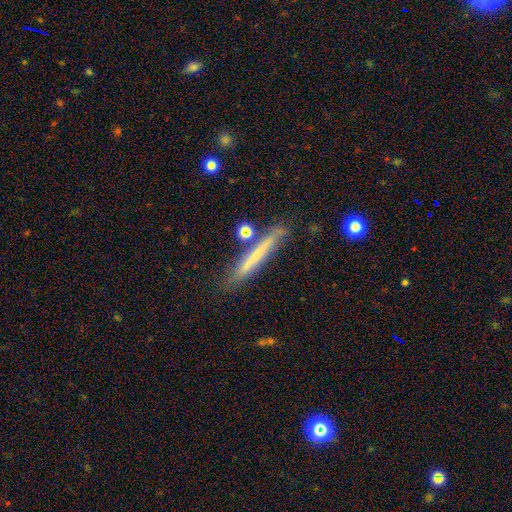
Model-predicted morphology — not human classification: A smooth galaxy with no disk features (56%) that is cigar-shaped (95%). Merging: none (76%).